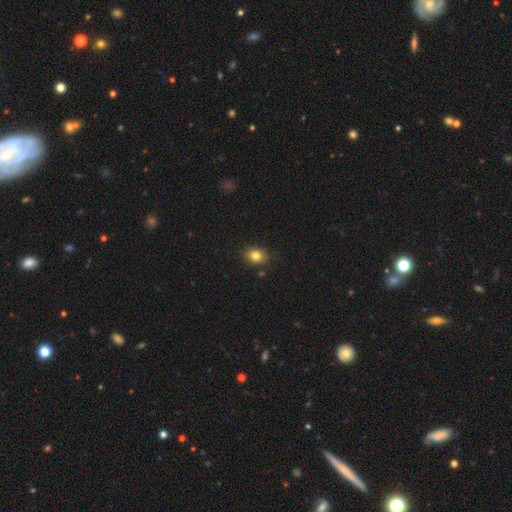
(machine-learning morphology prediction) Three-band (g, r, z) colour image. It shows a smooth galaxy with no disk features (82%) that is round (65%). Merging: none (85%).